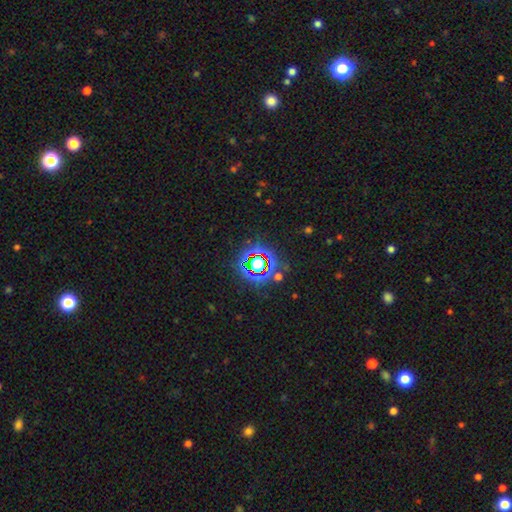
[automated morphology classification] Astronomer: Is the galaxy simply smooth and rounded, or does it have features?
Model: star or artifact — 73%.